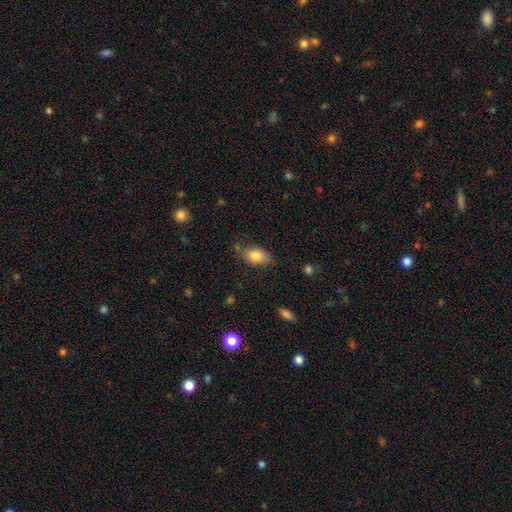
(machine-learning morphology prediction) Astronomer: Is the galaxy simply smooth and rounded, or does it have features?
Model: smooth — 83%.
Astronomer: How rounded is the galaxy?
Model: in between — 89%.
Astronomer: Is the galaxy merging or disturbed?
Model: none — 68%.